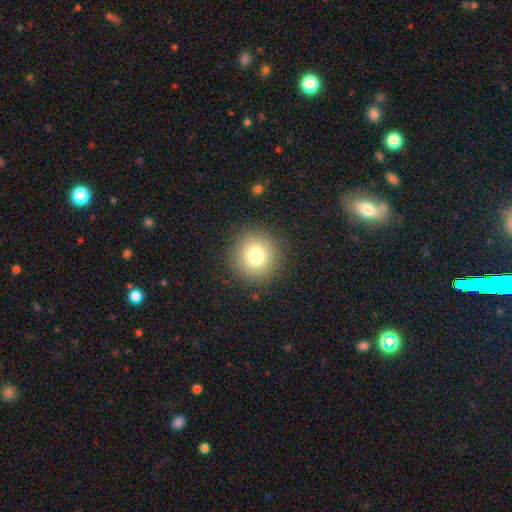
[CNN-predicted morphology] A smooth galaxy with no disk features (78%) that is round (95%).

Vote fractions:
- Smooth or featured? smooth: 78% / star or artifact: 12% / featured or disk: 10%
- How rounded? round: 95% / in between: 4% / cigar-shaped: 1%
- Merging? none: 90% / minor disturbance: 6% / major disturbance: 3% / merger: 1%